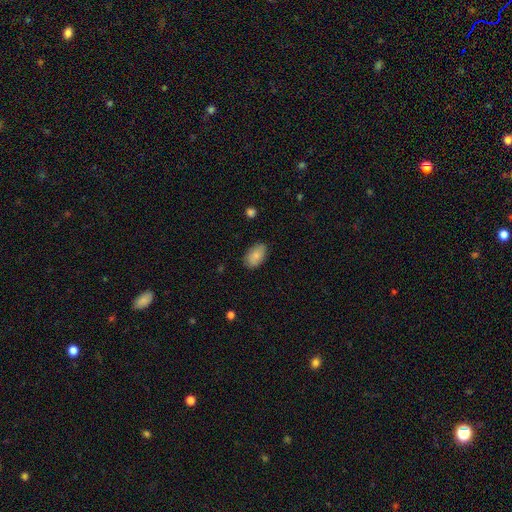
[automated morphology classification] smooth-or-featured: smooth: 82% | featured or disk: 11% | star or artifact: 7%
  how-rounded: in between: 92% | round: 7% | cigar-shaped: 1%
  merging: none: 82% | minor disturbance: 14% | major disturbance: 3% | merger: 1%